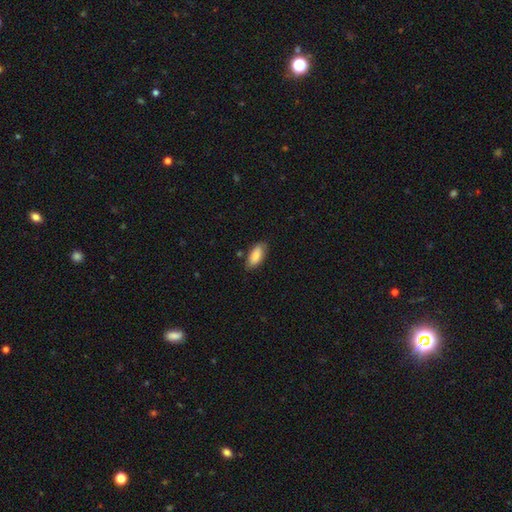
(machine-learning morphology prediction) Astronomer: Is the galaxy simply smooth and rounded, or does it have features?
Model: smooth — 86%.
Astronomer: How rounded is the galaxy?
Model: in between — 88%.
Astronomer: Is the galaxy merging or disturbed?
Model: none — 80%.